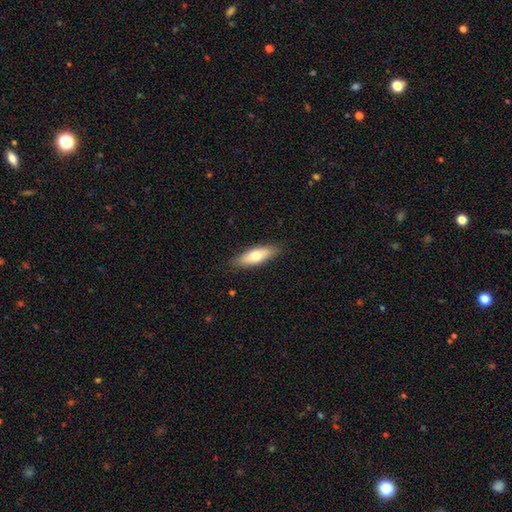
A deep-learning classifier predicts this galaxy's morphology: smooth 66%, featured or disk 28%, star or artifact 6%. Down the decision tree: how rounded — in between (59%); merging — none (87%).